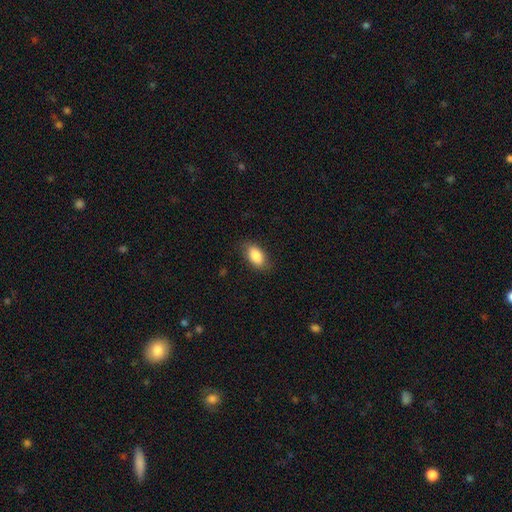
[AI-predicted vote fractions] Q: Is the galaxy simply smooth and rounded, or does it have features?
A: smooth — 86%.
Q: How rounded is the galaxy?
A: in between — 91%.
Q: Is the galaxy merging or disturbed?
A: none — 82%.